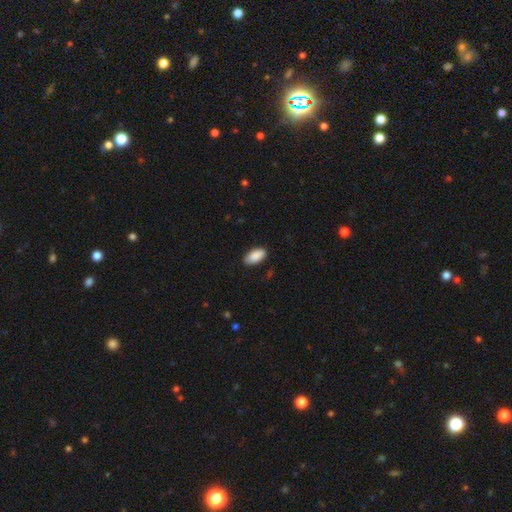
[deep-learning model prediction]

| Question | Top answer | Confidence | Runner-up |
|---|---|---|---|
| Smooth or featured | smooth | 90% | star or artifact (6%) |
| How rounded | in between | 94% | cigar-shaped (3%) |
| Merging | none | 86% | minor disturbance (11%) |